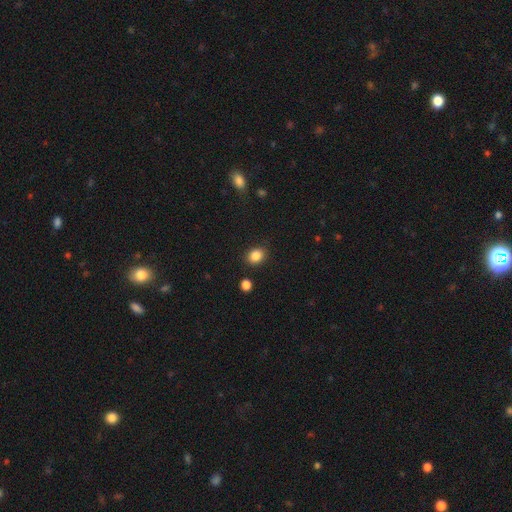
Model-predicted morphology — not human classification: Smooth or featured: smooth — 86% (star or artifact — 10%)
How rounded: in between — 50% (round — 49%)
Merging: none — 85% (minor disturbance — 9%)